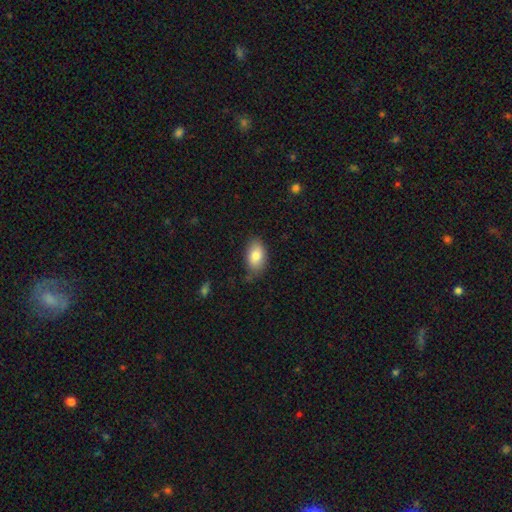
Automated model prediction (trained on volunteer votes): This appears to be a smooth galaxy with no disk features (82%) that is in between round and cigar-shaped (92%). Merging: none (74%).